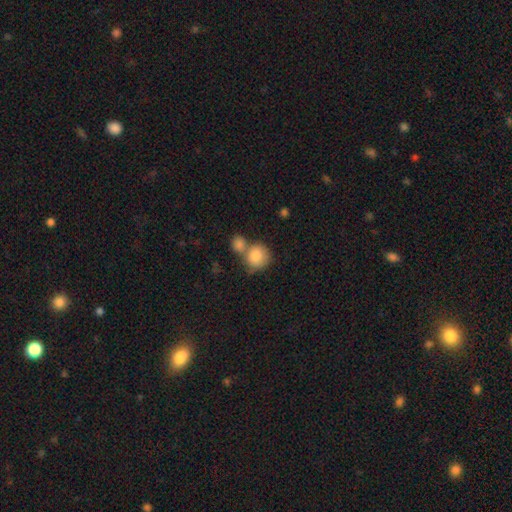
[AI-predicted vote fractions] Smooth or featured? Predicted: smooth (p=0.86). How rounded? Predicted: round (p=0.81). Merging? Predicted: merger (p=0.50).